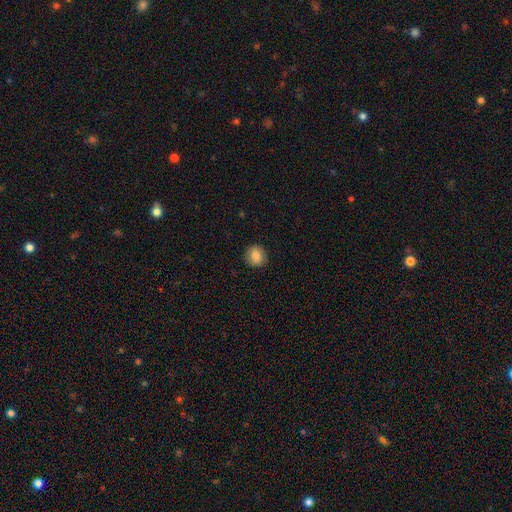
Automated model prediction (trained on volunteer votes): The model was most divided on "smooth or featured": smooth: 81%, featured or disk: 10%, star or artifact: 9%. More confident: merging — none (90%); how rounded — round (89%).